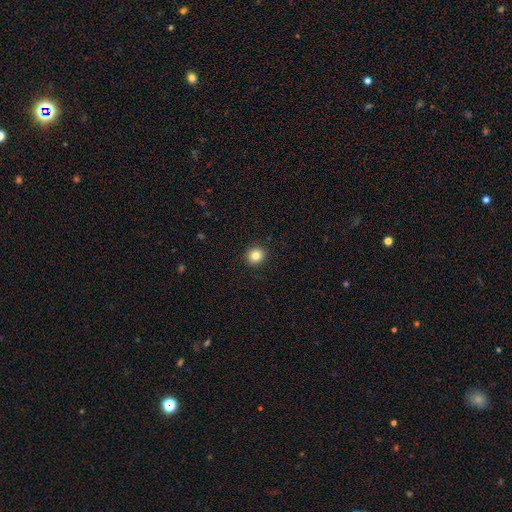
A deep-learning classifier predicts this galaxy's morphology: Overall: smooth (82%). How rounded: round (89%). Merging: none (92%).